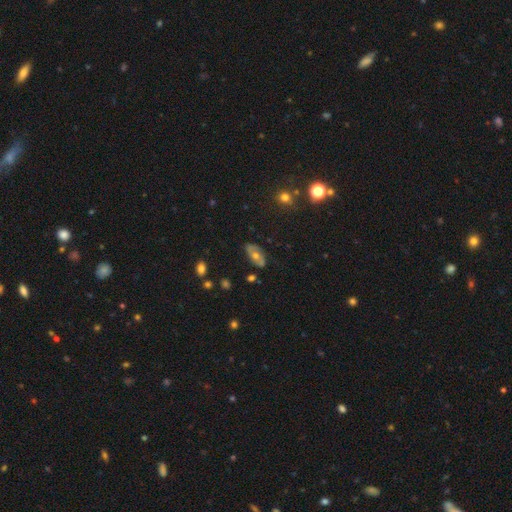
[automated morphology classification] Smooth or featured?
  - featured or disk: 50% *
  - smooth: 38%
  - star or artifact: 12%
Merging?
  - none: 74% *
  - minor disturbance: 18%
  - major disturbance: 5%
  - merger: 3%